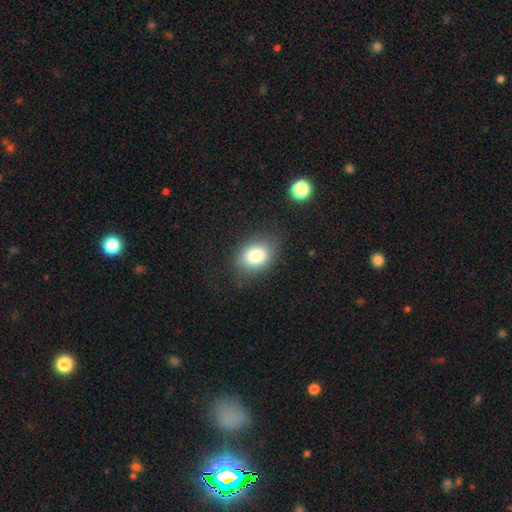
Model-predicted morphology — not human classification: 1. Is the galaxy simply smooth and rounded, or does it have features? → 82% smooth, 9% star or artifact, 8% featured or disk.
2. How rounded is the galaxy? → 65% in between, 34% round, 1% cigar-shaped.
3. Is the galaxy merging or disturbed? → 79% none, 14% minor disturbance, 5% major disturbance, 2% merger.